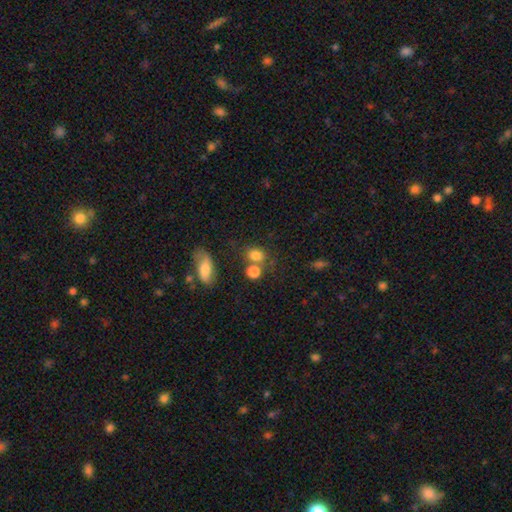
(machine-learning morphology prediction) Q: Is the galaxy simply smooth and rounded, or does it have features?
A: smooth — 79%.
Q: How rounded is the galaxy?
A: round — 55%.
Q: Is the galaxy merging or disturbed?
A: none — 52%.